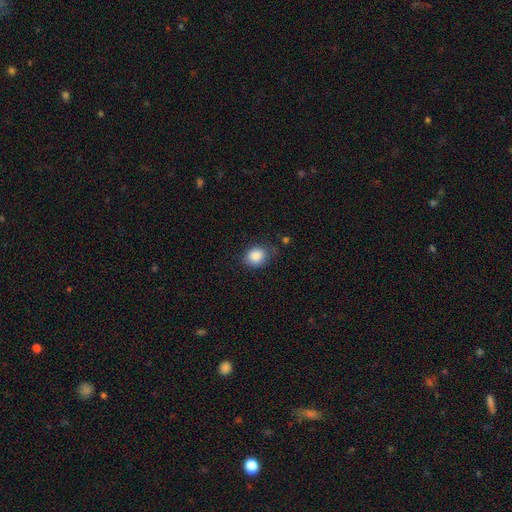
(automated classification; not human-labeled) Smooth or featured?
  - smooth: 86% *
  - star or artifact: 9%
  - featured or disk: 5%
How rounded?
  - round: 62% *
  - in between: 37%
  - cigar-shaped: 1%
Merging?
  - none: 75% *
  - minor disturbance: 19%
  - major disturbance: 5%
  - merger: 2%